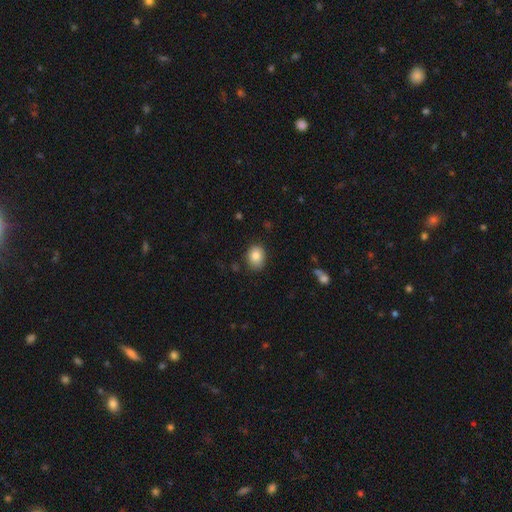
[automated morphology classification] Smooth or featured? smooth (85%)
How rounded? round (50%)
Merging? none (82%)